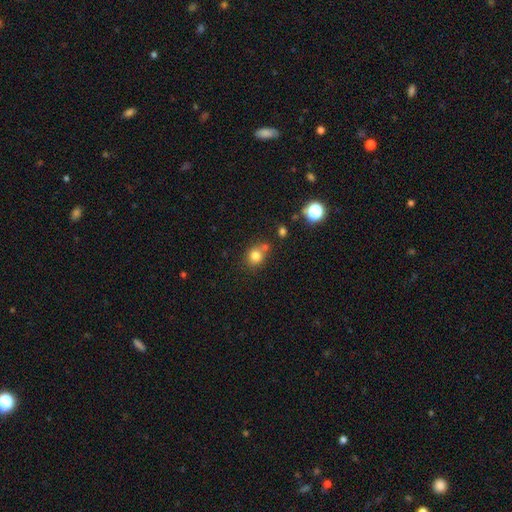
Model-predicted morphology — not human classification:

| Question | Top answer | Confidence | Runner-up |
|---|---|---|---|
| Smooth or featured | smooth | 79% | star or artifact (13%) |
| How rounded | round | 78% | in between (21%) |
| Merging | none | 58% | merger (24%) |